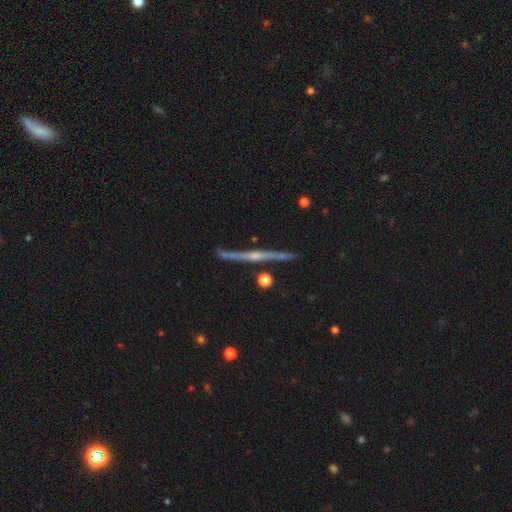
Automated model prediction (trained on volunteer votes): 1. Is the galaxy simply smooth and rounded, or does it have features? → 84% featured or disk, 9% smooth, 6% star or artifact.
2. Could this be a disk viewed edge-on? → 98% yes, 2% no.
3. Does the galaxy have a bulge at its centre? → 73% rounded, 19% none, 8% boxy.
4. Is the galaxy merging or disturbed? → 86% none, 9% minor disturbance, 2% merger, 2% major disturbance.